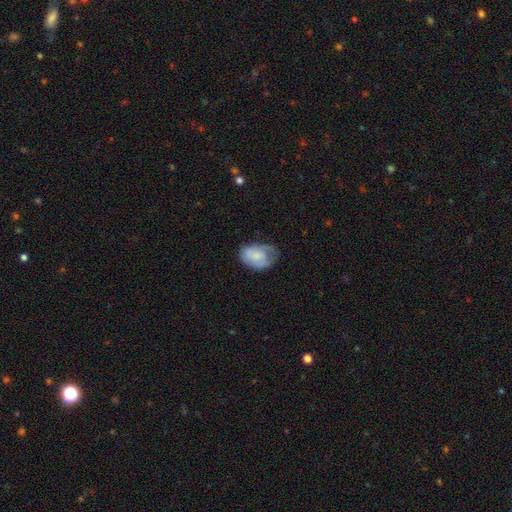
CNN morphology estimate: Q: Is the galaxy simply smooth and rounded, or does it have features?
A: smooth — 63%.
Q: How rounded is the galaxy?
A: in between — 81%.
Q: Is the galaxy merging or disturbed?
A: none — 41%.